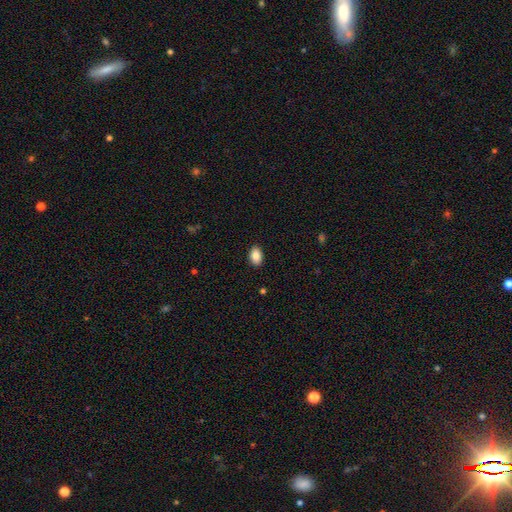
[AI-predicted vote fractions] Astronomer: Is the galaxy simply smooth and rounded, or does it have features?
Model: smooth — 88%.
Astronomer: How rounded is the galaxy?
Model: in between — 88%.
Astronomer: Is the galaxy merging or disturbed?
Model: none — 90%.